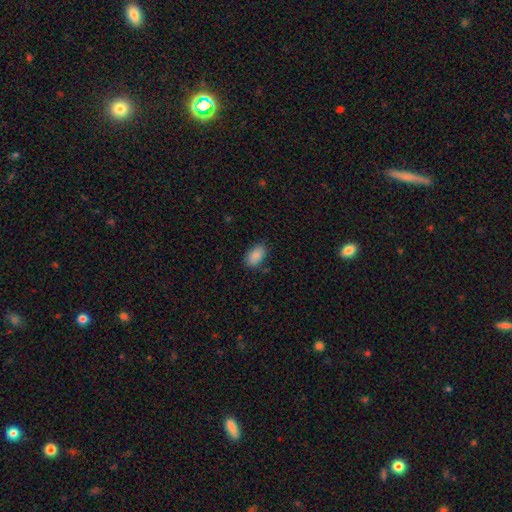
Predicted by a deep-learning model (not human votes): smooth_or_featured: smooth (p=0.87) [alt: star or artifact p=0.07]
how_rounded: in between (p=0.92) [alt: round p=0.06]
merging: none (p=0.84) [alt: minor disturbance p=0.12]